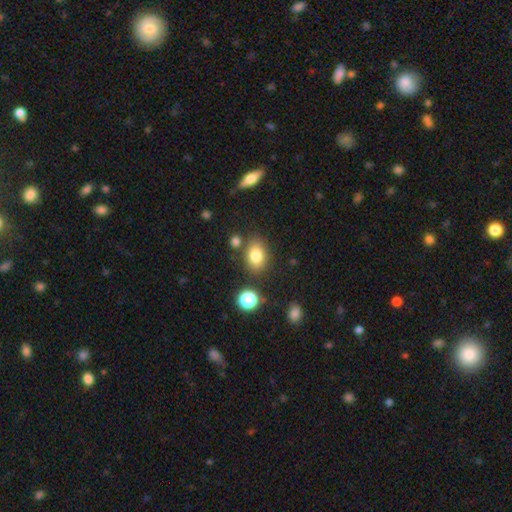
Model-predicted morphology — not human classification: type=smooth (80%); roundness=in between (71%); merging=none (77%).